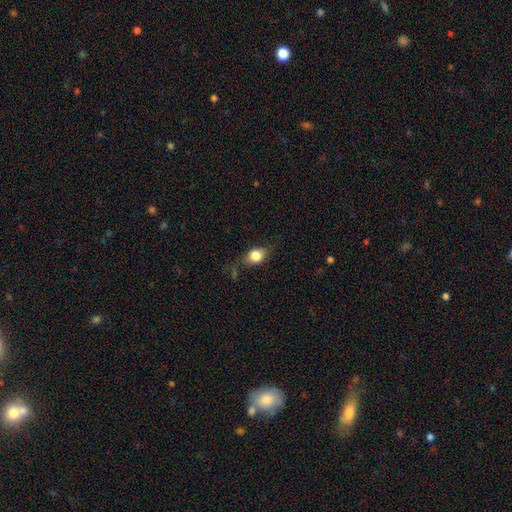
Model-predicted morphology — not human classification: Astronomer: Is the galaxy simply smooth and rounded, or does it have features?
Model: smooth — 74%.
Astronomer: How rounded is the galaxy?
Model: in between — 62%.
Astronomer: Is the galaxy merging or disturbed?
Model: none — 67%.